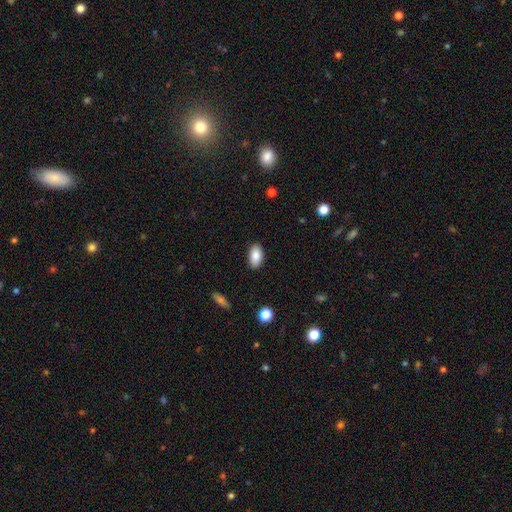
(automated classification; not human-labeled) smooth-or-featured: smooth: 86% | star or artifact: 7% | featured or disk: 7%
  how-rounded: in between: 93% | round: 4% | cigar-shaped: 2%
  merging: none: 88% | minor disturbance: 9% | major disturbance: 2% | merger: 1%